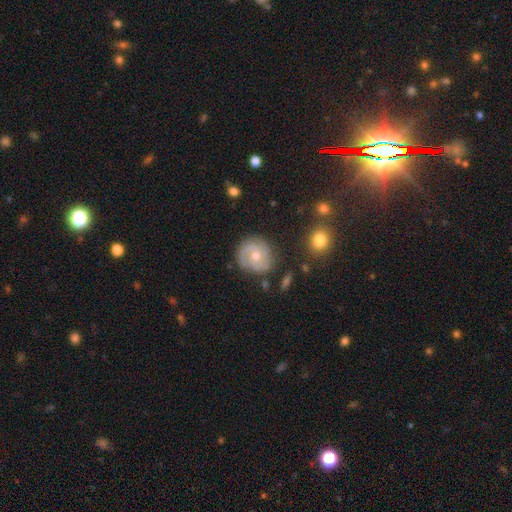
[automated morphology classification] Smooth or featured?
  - featured or disk: 63% *
  - smooth: 30%
  - star or artifact: 7%
Edge-on disk?
  - no: 97% *
  - yes: 3%
Bar?
  - no: 65% *
  - weak: 30%
  - strong: 5%
Spiral arms?
  - yes: 86% *
  - no: 14%
Spiral winding?
  - tight: 43% *
  - medium: 41%
  - loose: 16%
Spiral arm count?
  - 2: 60% *
  - can't tell: 18%
  - 3: 11%
  - 1: 6%
  - 4: 3%
  - more than 4: 2%
Bulge size?
  - moderate: 63% *
  - small: 33%
  - large: 2%
  - none: 1%
  - dominant: 1%
Merging?
  - none: 77% *
  - minor disturbance: 16%
  - major disturbance: 5%
  - merger: 2%